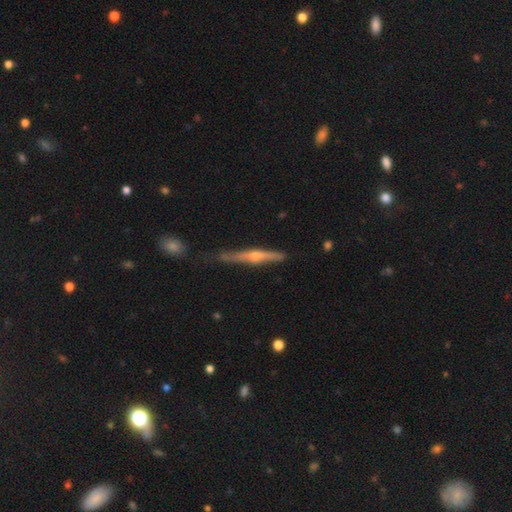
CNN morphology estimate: smooth-or-featured: featured or disk: 71% | smooth: 24% | star or artifact: 6%
  disk-edge-on: yes: 97% | no: 3%
    edge-on-bulge: rounded: 87% | none: 9% | boxy: 4%
  merging: none: 73% | minor disturbance: 20% | major disturbance: 4% | merger: 3%